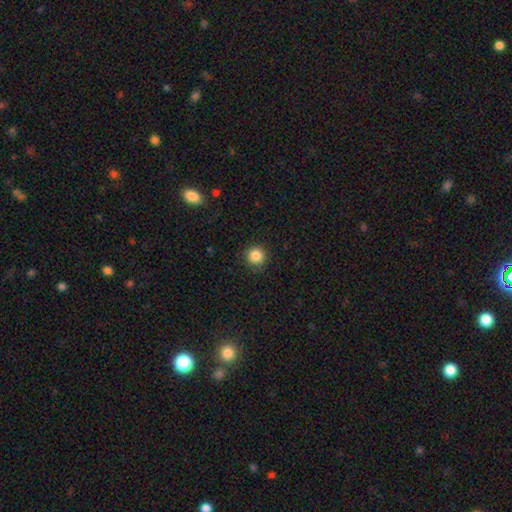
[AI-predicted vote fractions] This appears to be a smooth galaxy with no disk features (86%) that is round (95%). Merging: none (89%).